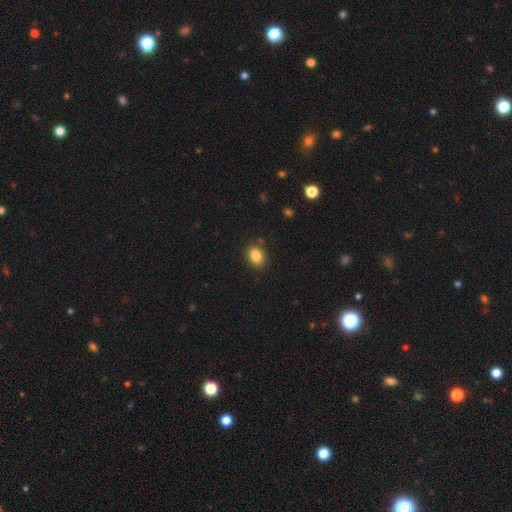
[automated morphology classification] Q: Smooth or featured?
A: smooth (85%); runner-up: star or artifact (9%)
Q: How rounded?
A: in between (65%); runner-up: round (34%)
Q: Merging?
A: none (87%); runner-up: minor disturbance (9%)